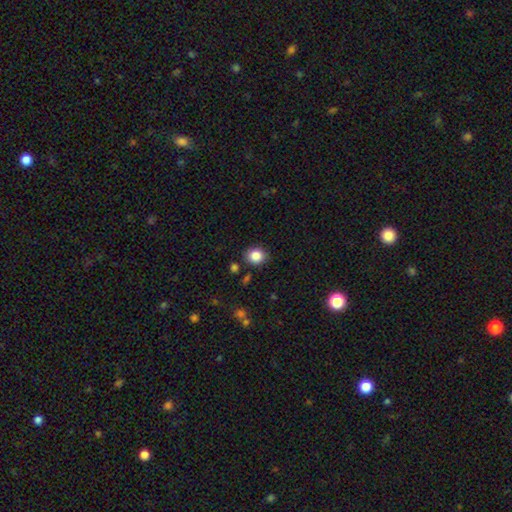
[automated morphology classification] The model was most divided on "how rounded": round: 72%, in between: 27%, cigar-shaped: 1%. More confident: smooth or featured — smooth (86%); merging — none (85%).